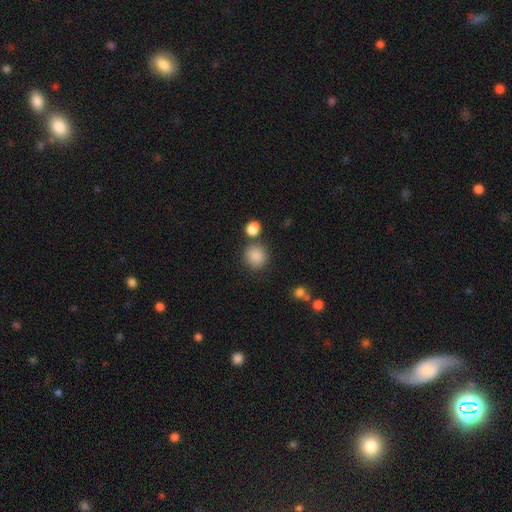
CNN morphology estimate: Smooth or featured? Predicted: smooth (p=0.87). How rounded? Predicted: round (p=0.87). Merging? Predicted: none (p=0.76).